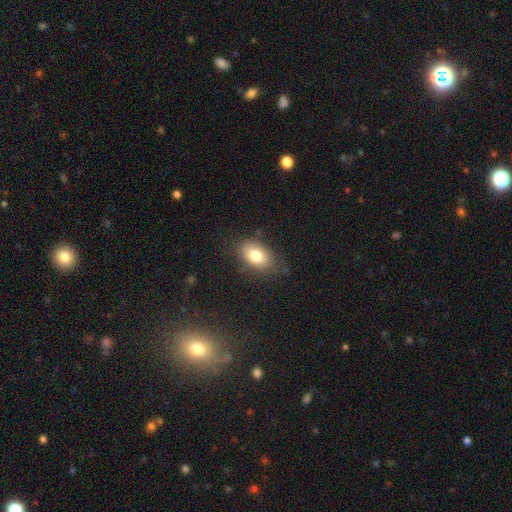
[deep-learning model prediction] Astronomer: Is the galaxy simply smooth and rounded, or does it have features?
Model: smooth — 78%.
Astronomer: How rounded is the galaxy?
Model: in between — 86%.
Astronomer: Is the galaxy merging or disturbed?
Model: none — 76%.